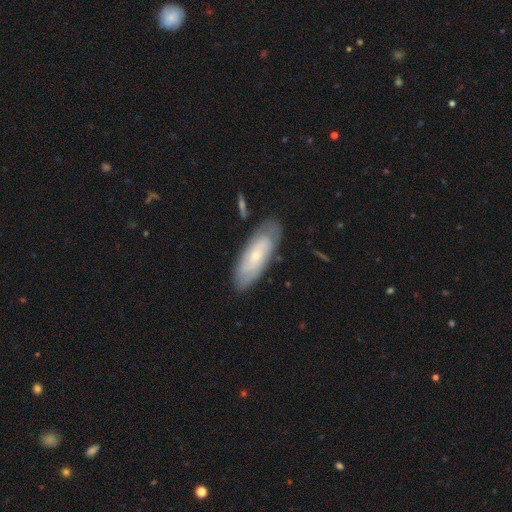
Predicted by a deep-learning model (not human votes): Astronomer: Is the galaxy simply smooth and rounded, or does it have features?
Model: featured or disk — 54% (runner-up: smooth, 39%).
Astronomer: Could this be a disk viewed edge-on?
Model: no — 81%.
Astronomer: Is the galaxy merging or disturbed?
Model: none — 78%.